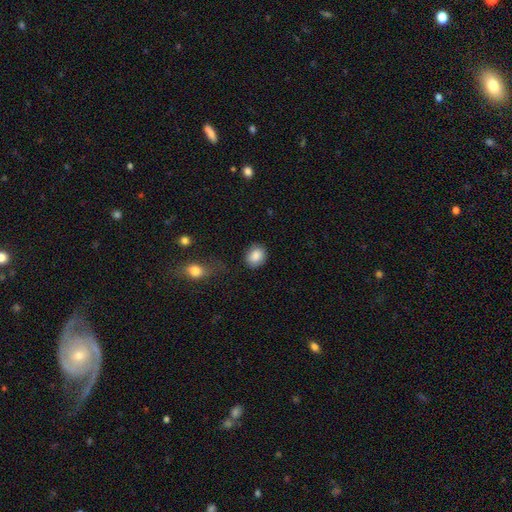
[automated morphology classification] This is clearly a smooth galaxy (87%). How rounded: possibly round (55%). Merging: likely none (80%).